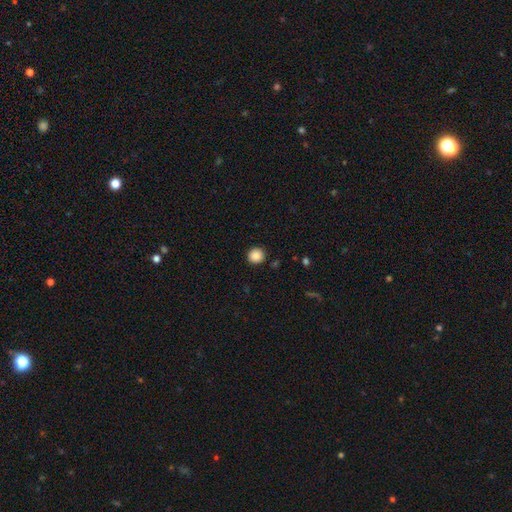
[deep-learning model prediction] Smooth or featured? smooth (88%)
How rounded? round (94%)
Merging? none (91%)